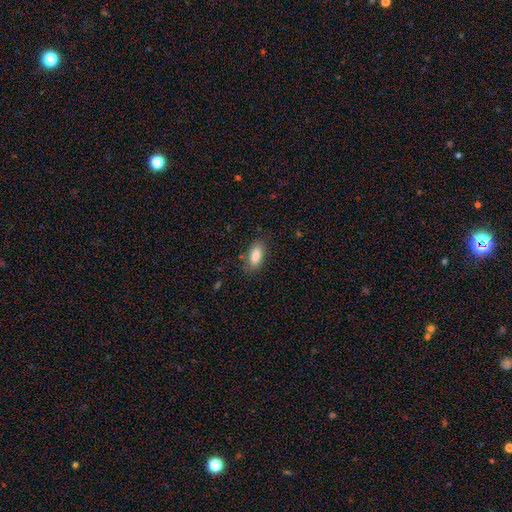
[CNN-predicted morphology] Overall: smooth (86%). How rounded: in between (87%). Merging: none (81%).